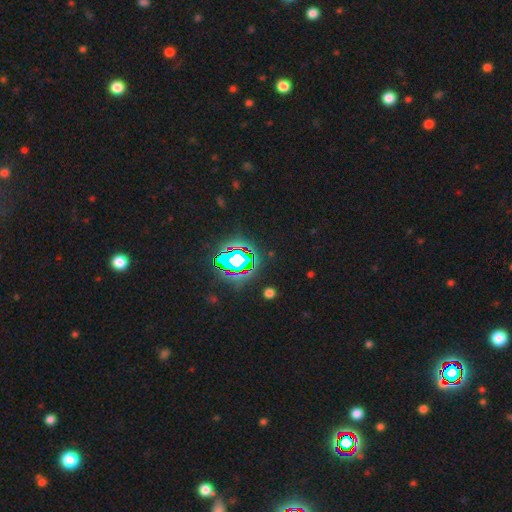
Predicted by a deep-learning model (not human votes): Q: Smooth or featured?
A: star or artifact (83%); runner-up: smooth (10%)